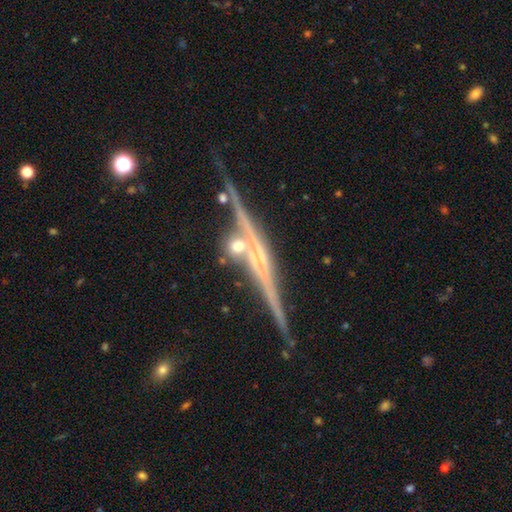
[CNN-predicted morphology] The model was most divided on "edge-on bulge": rounded: 49%, none: 34%, boxy: 17%. More confident: edge-on disk — yes (97%); smooth or featured — featured or disk (84%); merging — none (74%).